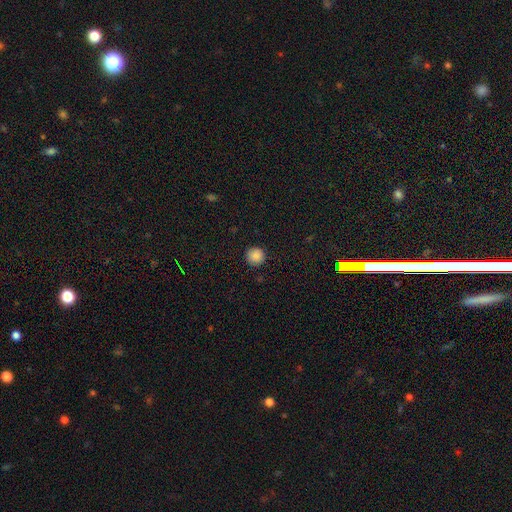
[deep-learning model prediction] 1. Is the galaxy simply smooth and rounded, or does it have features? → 86% smooth, 10% star or artifact, 4% featured or disk.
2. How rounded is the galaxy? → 95% round, 4% in between, 1% cigar-shaped.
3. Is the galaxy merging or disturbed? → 91% none, 6% minor disturbance, 2% major disturbance, 1% merger.